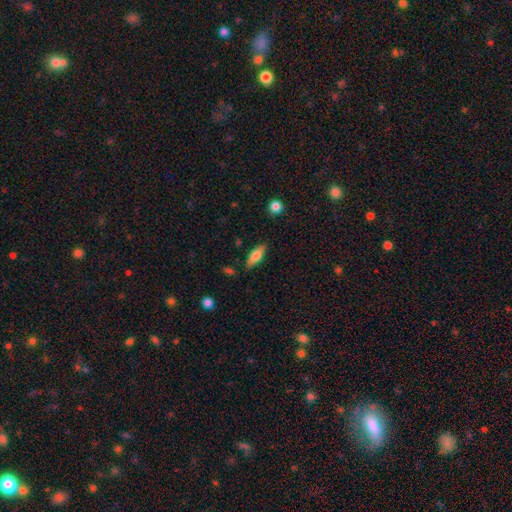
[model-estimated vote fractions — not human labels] This is likely a smooth galaxy (71%). How rounded: likely in between (63%). Merging: clearly none (82%).